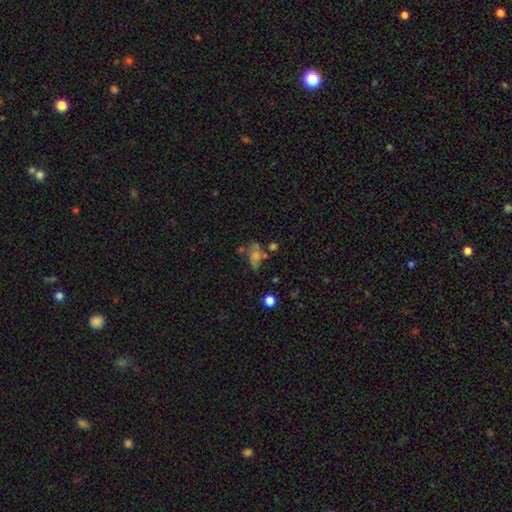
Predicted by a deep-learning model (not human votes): Morphology: type=smooth (42%); merging=none (44%).